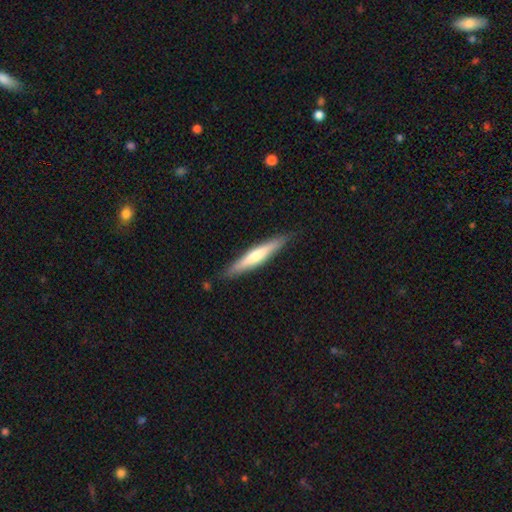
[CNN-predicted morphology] This appears to be a smooth galaxy with no disk features (49%). Merging: none (88%).